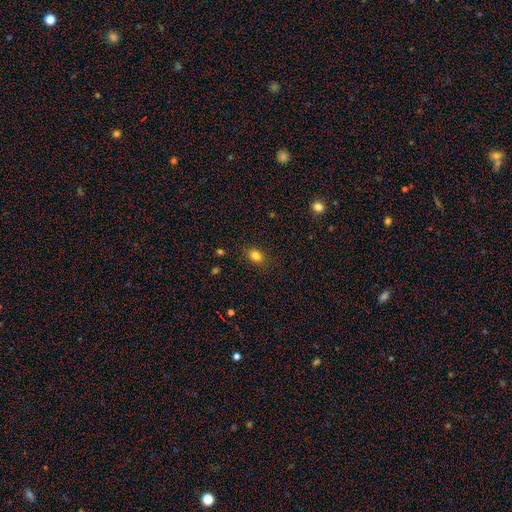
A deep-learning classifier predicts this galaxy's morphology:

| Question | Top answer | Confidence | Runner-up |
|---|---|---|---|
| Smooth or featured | smooth | 82% | star or artifact (12%) |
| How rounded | in between | 64% | round (34%) |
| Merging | none | 86% | minor disturbance (11%) |